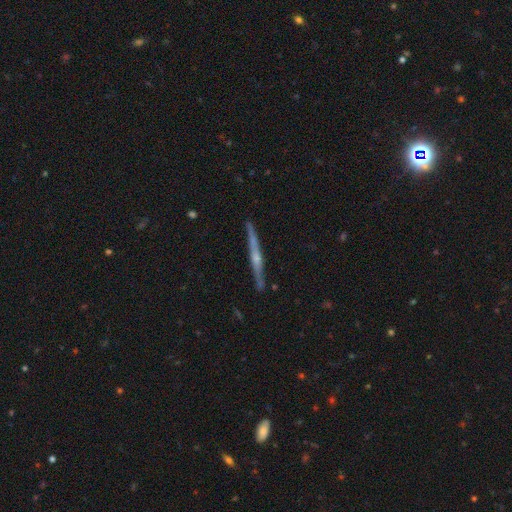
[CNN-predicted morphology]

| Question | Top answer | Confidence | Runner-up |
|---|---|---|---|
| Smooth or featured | featured or disk | 77% | smooth (18%) |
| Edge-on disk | yes | 98% | no (2%) |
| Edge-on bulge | rounded | 72% | none (19%) |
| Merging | none | 89% | minor disturbance (8%) |